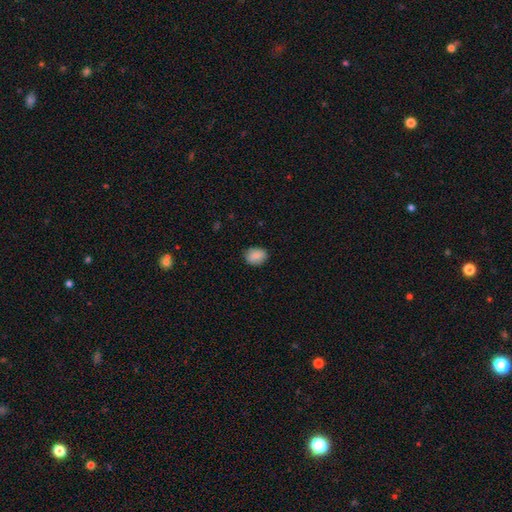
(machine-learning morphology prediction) smooth_or_featured: smooth (p=0.86) [alt: star or artifact p=0.08]
how_rounded: in between (p=0.59) [alt: round p=0.40]
merging: none (p=0.84) [alt: minor disturbance p=0.13]